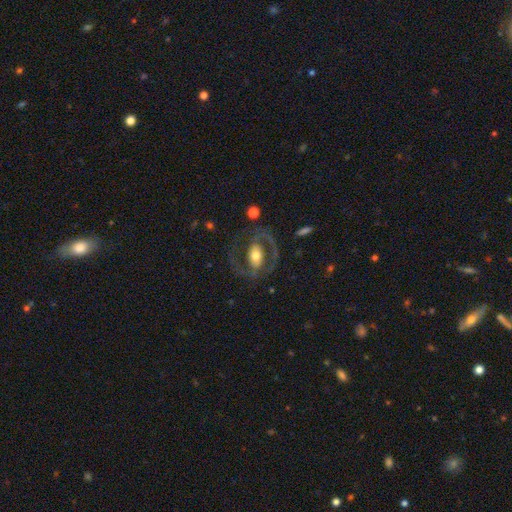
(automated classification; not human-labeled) This appears to be a featured or disk galaxy (75%) with no bar (37%), 2 (82%) medium (52%) spiral arms (74%) and a moderate central bulge (62%). Merging: none (69%).